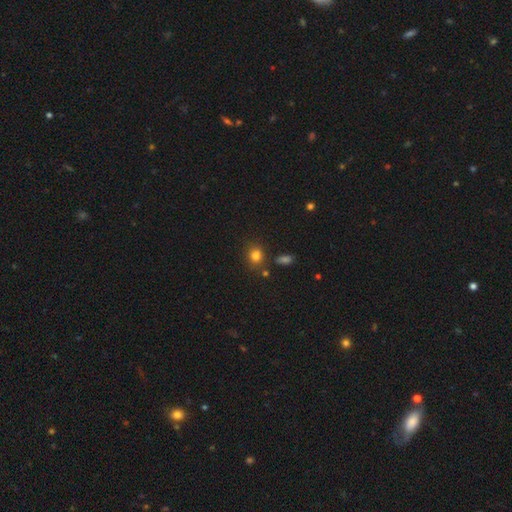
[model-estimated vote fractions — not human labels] A smooth galaxy with no disk features (80%) that is round (68%).

Vote fractions:
- Smooth or featured? smooth: 80% / star or artifact: 13% / featured or disk: 6%
- How rounded? round: 68% / in between: 31% / cigar-shaped: 1%
- Merging? none: 78% / minor disturbance: 12% / merger: 7% / major disturbance: 3%